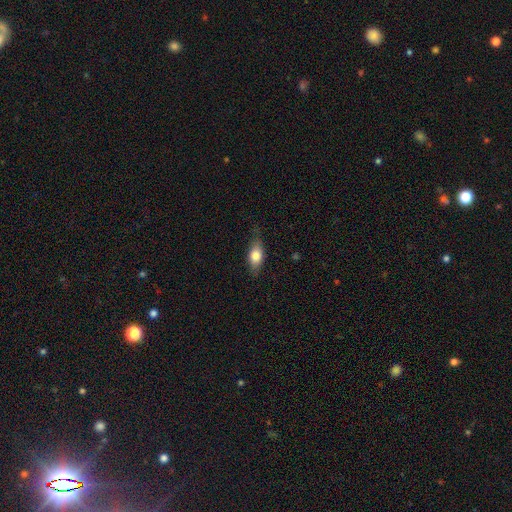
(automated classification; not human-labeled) A smooth galaxy with no disk features (73%) that is in between round and cigar-shaped (81%).

Vote fractions:
- Smooth or featured? smooth: 73% / featured or disk: 20% / star or artifact: 7%
- How rounded? in between: 81% / cigar-shaped: 12% / round: 7%
- Merging? none: 73% / minor disturbance: 21% / major disturbance: 5% / merger: 1%